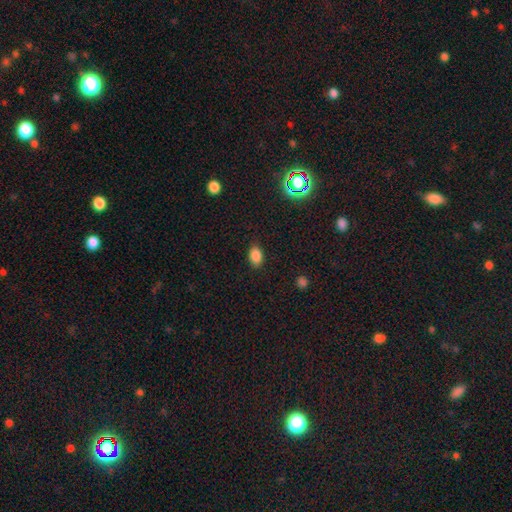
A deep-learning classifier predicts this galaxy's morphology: Smooth or featured?
  - smooth: 85% *
  - star or artifact: 11%
  - featured or disk: 4%
How rounded?
  - in between: 87% *
  - round: 11%
  - cigar-shaped: 2%
Merging?
  - none: 86% *
  - minor disturbance: 11%
  - major disturbance: 3%
  - merger: 1%